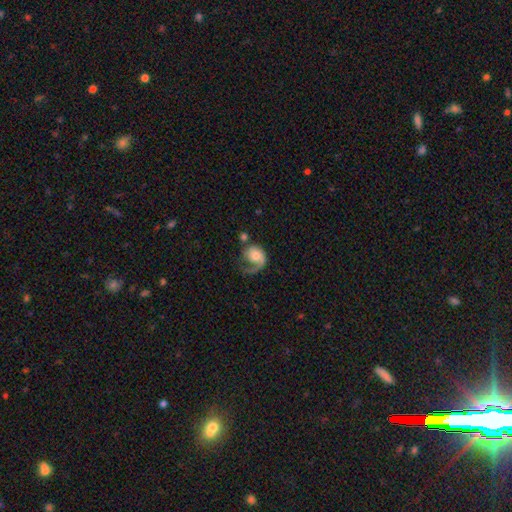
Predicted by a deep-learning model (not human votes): Smooth or featured?
  - featured or disk: 64% *
  - smooth: 29%
  - star or artifact: 7%
Edge-on disk?
  - no: 98% *
  - yes: 2%
Bar?
  - no: 76% *
  - weak: 21%
  - strong: 4%
Spiral arms?
  - yes: 88% *
  - no: 12%
Spiral winding?
  - loose: 44% *
  - medium: 32%
  - tight: 24%
Spiral arm count?
  - 1: 87% *
  - 2: 7%
  - can't tell: 4%
  - 3: 1%
  - 4: 1%
  - more than 4: 1%
Bulge size?
  - moderate: 59% *
  - small: 21%
  - large: 14%
  - none: 4%
  - dominant: 2%
Merging?
  - major disturbance: 40% *
  - none: 35%
  - minor disturbance: 17%
  - merger: 8%